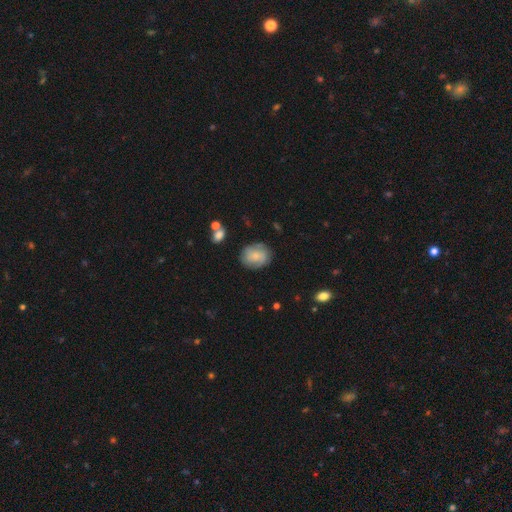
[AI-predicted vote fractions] smooth_or_featured: smooth (p=0.62) [alt: featured or disk p=0.30]
how_rounded: round (p=0.58) [alt: in between p=0.40]
merging: none (p=0.78) [alt: minor disturbance p=0.16]